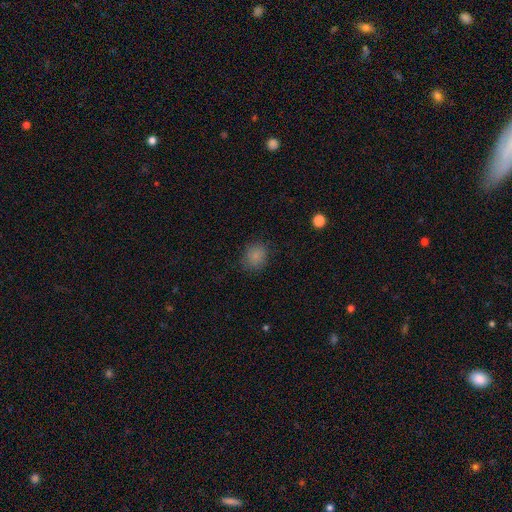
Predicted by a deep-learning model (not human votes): The model was most divided on "how rounded": round: 71%, in between: 28%, cigar-shaped: 1%. More confident: smooth or featured — smooth (82%); merging — none (81%).